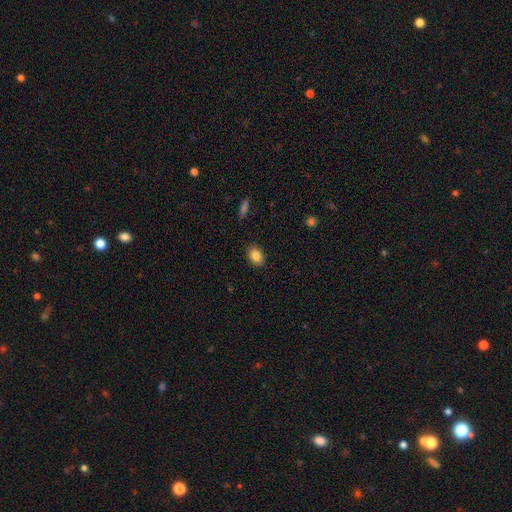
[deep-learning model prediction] Morphology: type=smooth (85%); roundness=in between (78%); merging=none (88%).